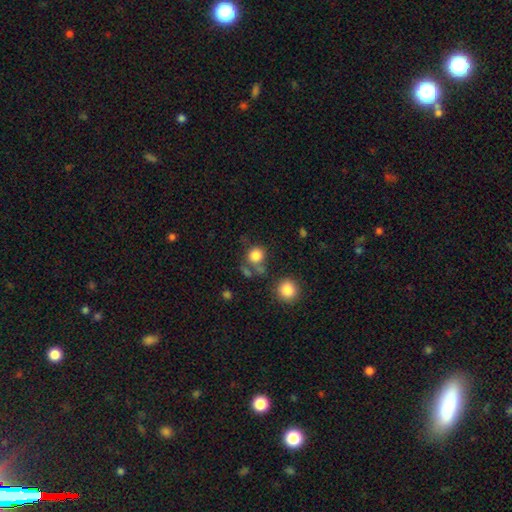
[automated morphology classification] Q: Smooth or featured?
A: smooth (82%); runner-up: star or artifact (12%)
Q: How rounded?
A: round (83%); runner-up: in between (16%)
Q: Merging?
A: none (60%); runner-up: merger (18%)